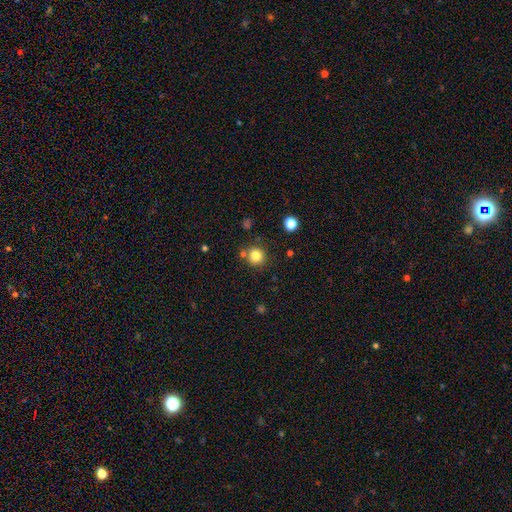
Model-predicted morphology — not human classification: Overall: smooth (82%). How rounded: round (93%). Merging: none (80%).